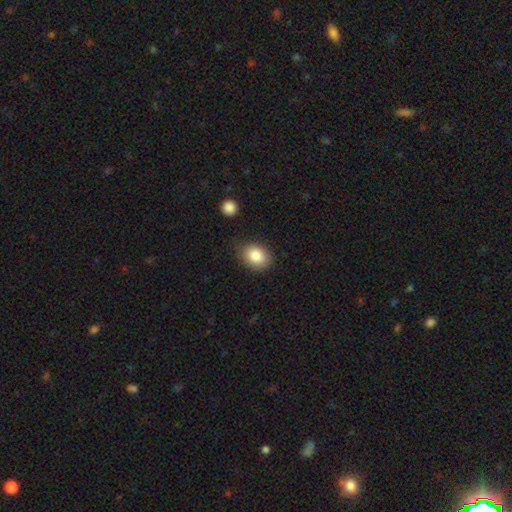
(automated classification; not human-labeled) smooth 85%, star or artifact 8%, featured or disk 7%. Down the decision tree: how rounded — in between (63%); merging — none (79%).